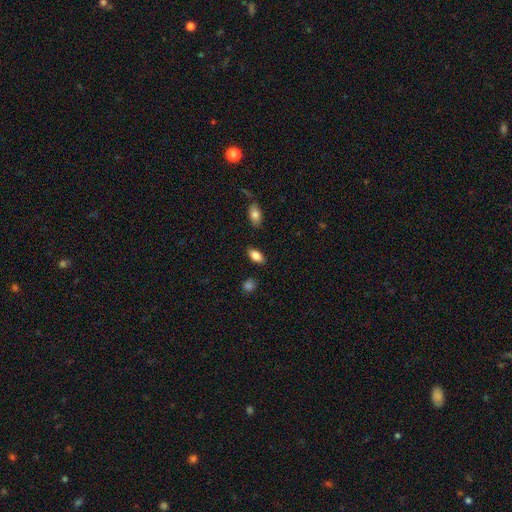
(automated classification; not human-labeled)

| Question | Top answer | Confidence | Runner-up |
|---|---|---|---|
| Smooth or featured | smooth | 84% | featured or disk (8%) |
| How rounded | in between | 91% | cigar-shaped (5%) |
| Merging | none | 86% | minor disturbance (9%) |